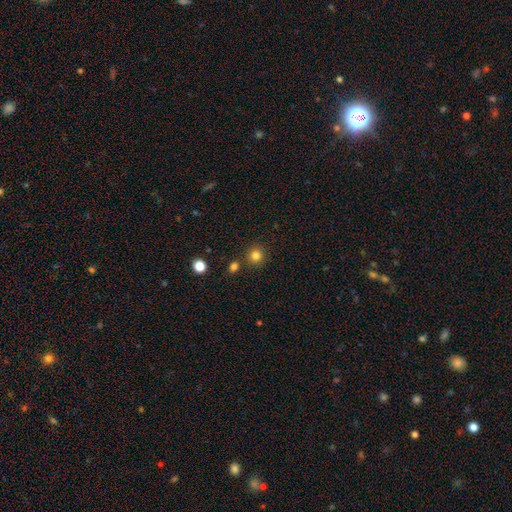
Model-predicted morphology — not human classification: Smooth or featured? smooth (82%)
How rounded? round (92%)
Merging? none (85%)